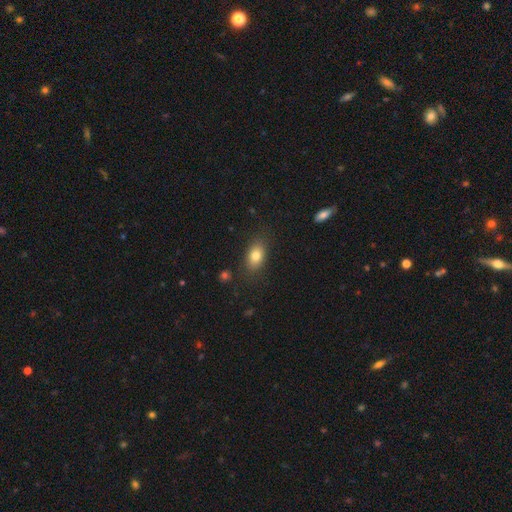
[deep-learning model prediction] smooth-or-featured: smooth: 80% | featured or disk: 11% | star or artifact: 9%
  how-rounded: in between: 85% | round: 12% | cigar-shaped: 3%
  merging: none: 83% | minor disturbance: 12% | major disturbance: 4% | merger: 2%